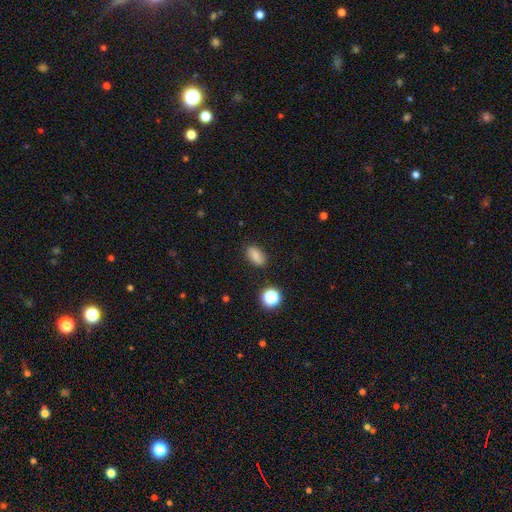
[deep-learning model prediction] smooth-or-featured: smooth: 79% | star or artifact: 13% | featured or disk: 8%
  how-rounded: in between: 86% | round: 10% | cigar-shaped: 3%
  merging: none: 82% | minor disturbance: 13% | major disturbance: 3% | merger: 2%